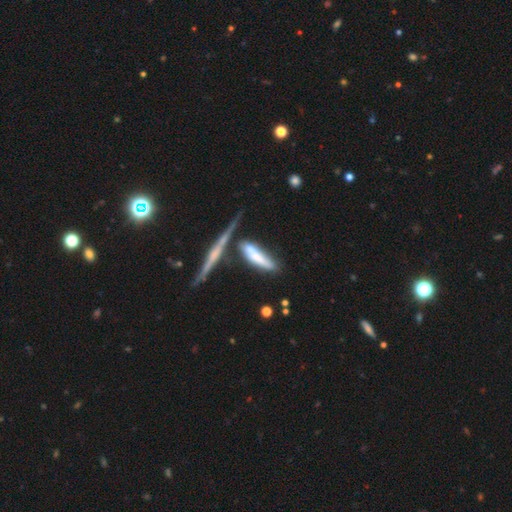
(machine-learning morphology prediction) A smooth galaxy with no disk features (62%) that is cigar-shaped (73%).

Vote fractions:
- Smooth or featured? smooth: 62% / featured or disk: 30% / star or artifact: 8%
- How rounded? cigar-shaped: 73% / in between: 25% / round: 2%
- Merging? none: 39% / merger: 30% / minor disturbance: 19% / major disturbance: 12%